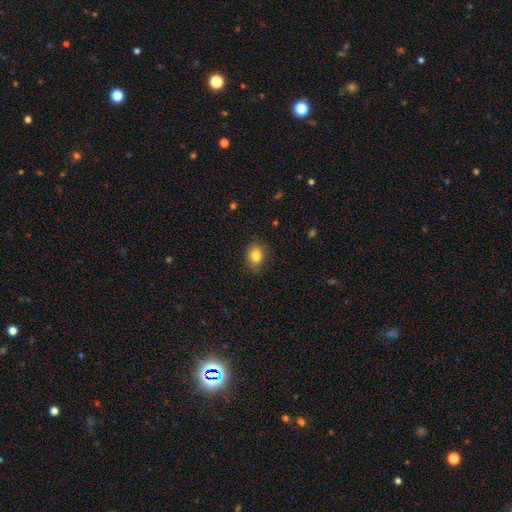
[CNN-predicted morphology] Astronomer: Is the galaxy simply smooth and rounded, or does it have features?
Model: smooth — 83%.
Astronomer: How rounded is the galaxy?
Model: in between — 56% (runner-up: round, 43%).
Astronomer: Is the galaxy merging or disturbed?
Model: none — 82%.